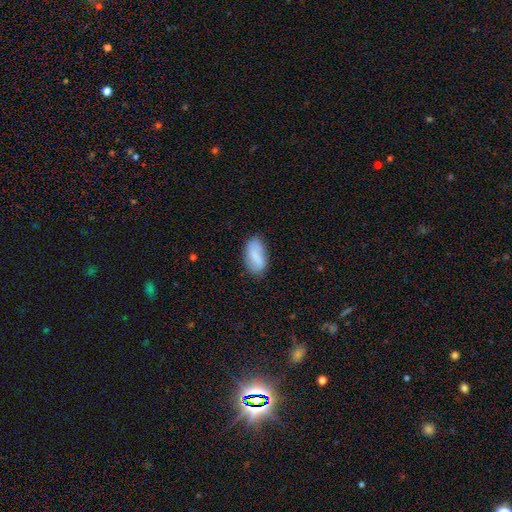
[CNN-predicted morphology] Smooth or featured? Predicted: smooth (p=0.75). How rounded? Predicted: in between (p=0.92). Merging? Predicted: none (p=0.74).